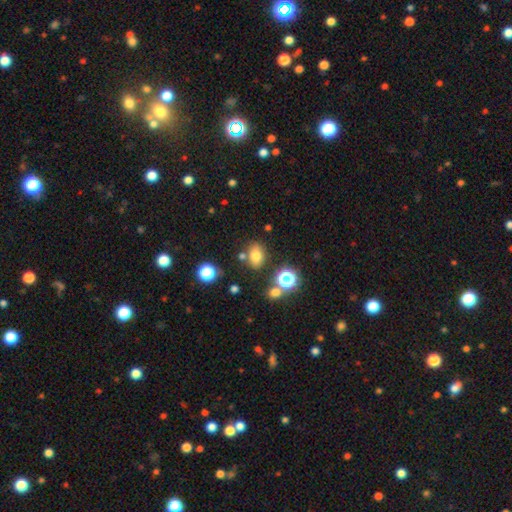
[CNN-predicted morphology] A smooth galaxy with no disk features (74%) that is in between round and cigar-shaped (65%).

Vote fractions:
- Smooth or featured? smooth: 74% / star or artifact: 16% / featured or disk: 10%
- How rounded? in between: 65% / round: 33% / cigar-shaped: 1%
- Merging? none: 73% / minor disturbance: 14% / merger: 9% / major disturbance: 4%